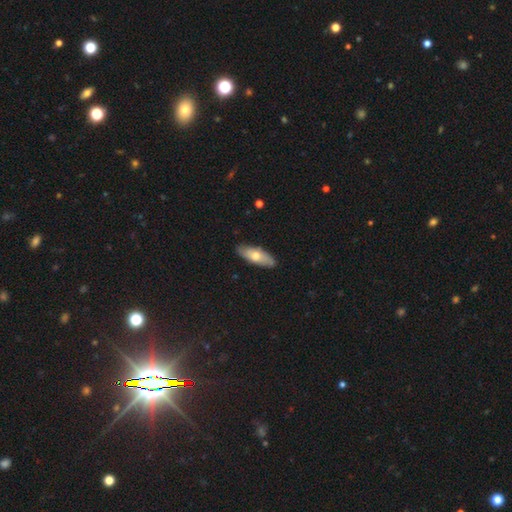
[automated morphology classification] type=smooth (63%); roundness=in between (68%); merging=none (87%).